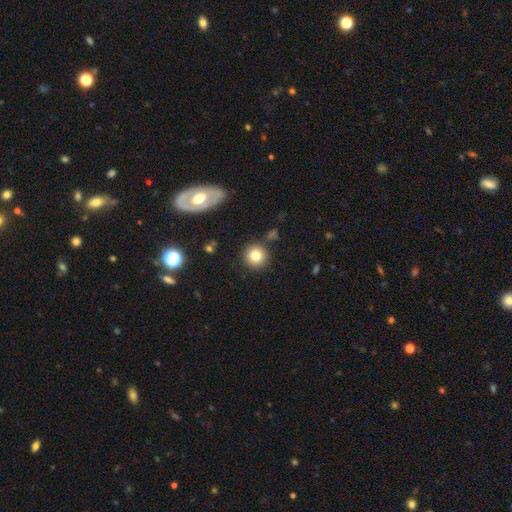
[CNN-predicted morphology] smooth_or_featured: smooth (p=0.79) [alt: star or artifact p=0.11]
how_rounded: round (p=0.94) [alt: in between p=0.05]
merging: none (p=0.87) [alt: minor disturbance p=0.07]